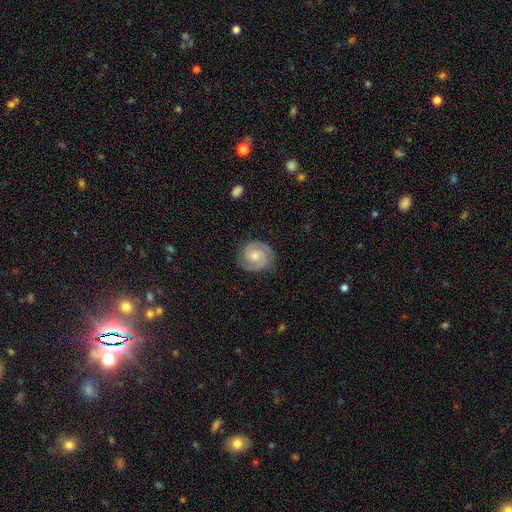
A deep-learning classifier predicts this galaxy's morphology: Smooth or featured?
  - featured or disk: 84% *
  - smooth: 11%
  - star or artifact: 5%
Edge-on disk?
  - no: 98% *
  - yes: 2%
Bar?
  - no: 65% *
  - weak: 30%
  - strong: 6%
Spiral arms?
  - yes: 98% *
  - no: 2%
Spiral winding?
  - tight: 64% *
  - medium: 31%
  - loose: 5%
Spiral arm count?
  - 2: 88% *
  - can't tell: 4%
  - 3: 4%
  - 1: 2%
  - 4: 1%
  - more than 4: 1%
Bulge size?
  - small: 51% *
  - moderate: 39%
  - none: 7%
  - large: 2%
  - dominant: 1%
Merging?
  - none: 83% *
  - minor disturbance: 12%
  - major disturbance: 3%
  - merger: 1%